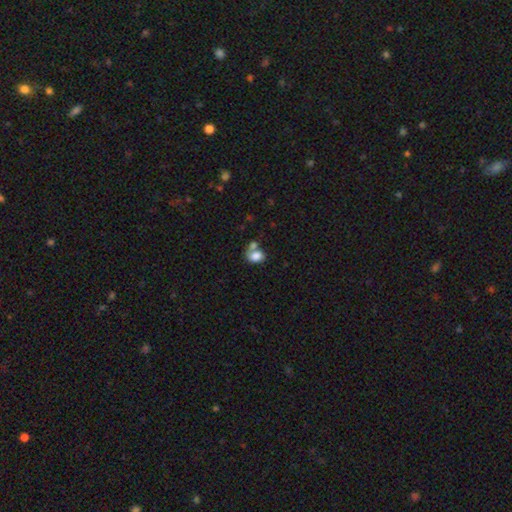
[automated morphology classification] smooth 81%, featured or disk 10%, star or artifact 9%. Down the decision tree: how rounded — in between (65%); merging — merger (45%).